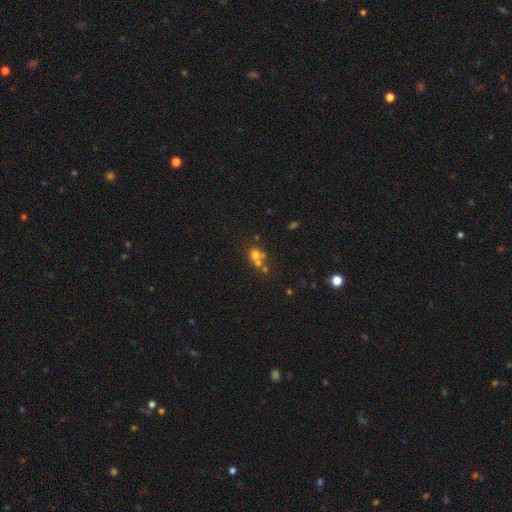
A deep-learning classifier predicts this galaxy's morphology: smooth_or_featured: smooth (p=0.61) [alt: featured or disk p=0.20]
how_rounded: round (p=0.75) [alt: in between p=0.23]
merging: merger (p=0.47) [alt: none p=0.39]